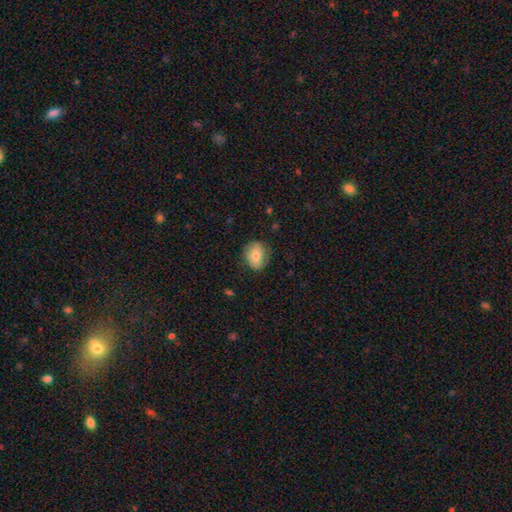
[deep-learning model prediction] The model was most divided on "how rounded": round: 50%, in between: 49%, cigar-shaped: 1%. More confident: merging — none (75%); smooth or featured — smooth (70%).